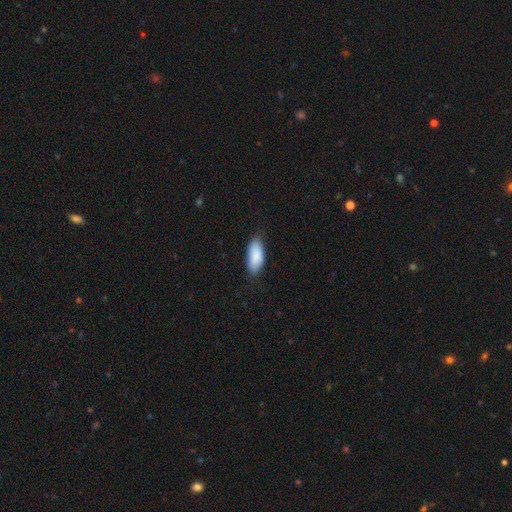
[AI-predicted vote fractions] Smooth or featured? smooth (88%)
How rounded? in between (86%)
Merging? none (78%)